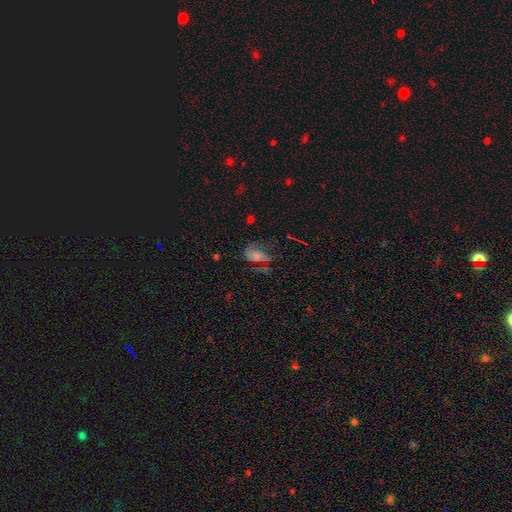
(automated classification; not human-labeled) Smooth or featured? Predicted: featured or disk (p=0.37). Merging? Predicted: none (p=0.47).